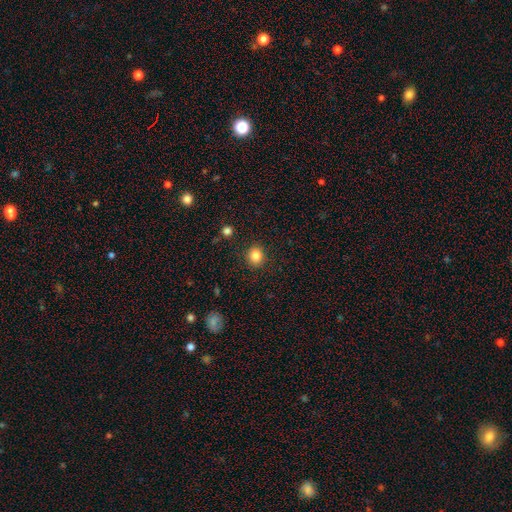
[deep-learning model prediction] smooth_or_featured: smooth (p=0.84) [alt: star or artifact p=0.11]
how_rounded: round (p=0.84) [alt: in between p=0.15]
merging: none (p=0.90) [alt: minor disturbance p=0.06]